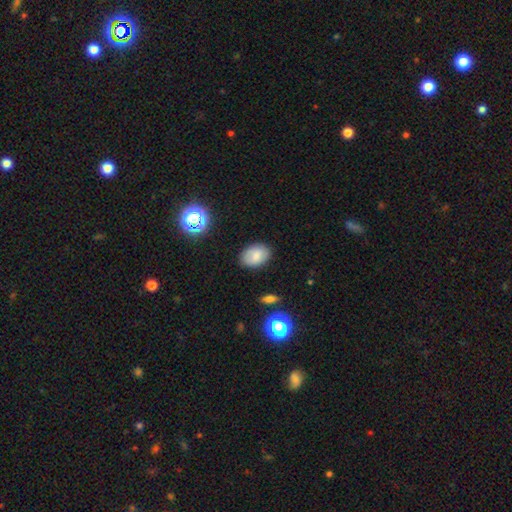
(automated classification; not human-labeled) Smooth or featured? smooth (77%)
How rounded? in between (83%)
Merging? none (83%)